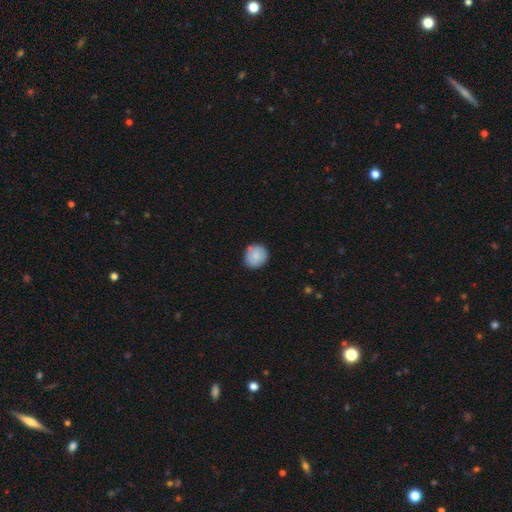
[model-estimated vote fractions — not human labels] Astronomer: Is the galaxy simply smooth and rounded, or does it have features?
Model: smooth — 83%.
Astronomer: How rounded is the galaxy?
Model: round — 87%.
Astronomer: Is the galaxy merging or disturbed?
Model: none — 82%.